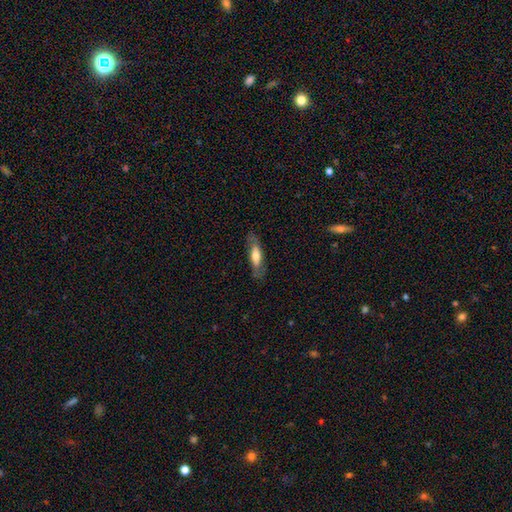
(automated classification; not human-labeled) smooth 54%, featured or disk 39%, star or artifact 6%. Down the decision tree: how rounded — cigar-shaped (53%); merging — none (77%).